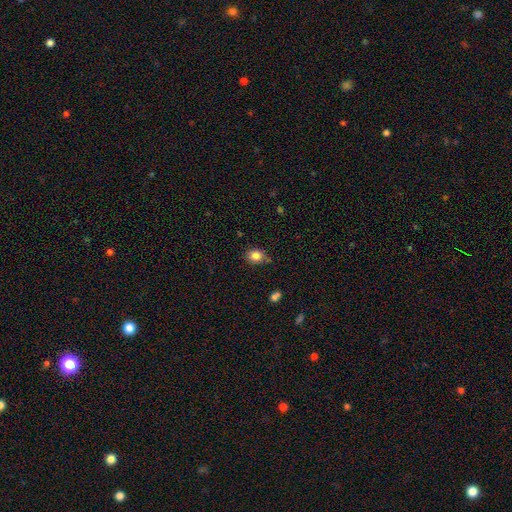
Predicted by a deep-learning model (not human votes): This appears to be a smooth galaxy with no disk features (84%) that is round (58%). Merging: none (72%).